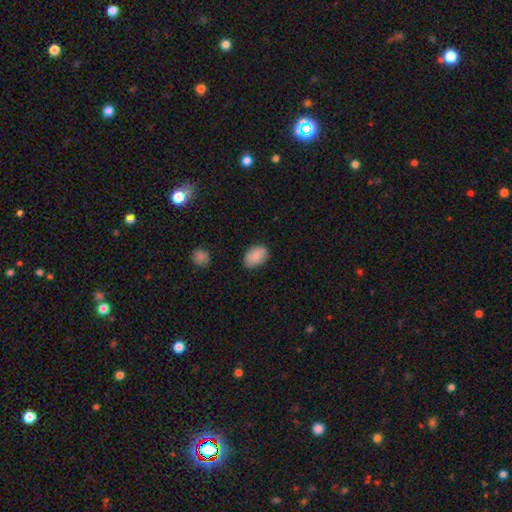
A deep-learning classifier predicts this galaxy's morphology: This is clearly a smooth galaxy (84%). How rounded: clearly in between (88%). Merging: clearly none (84%).